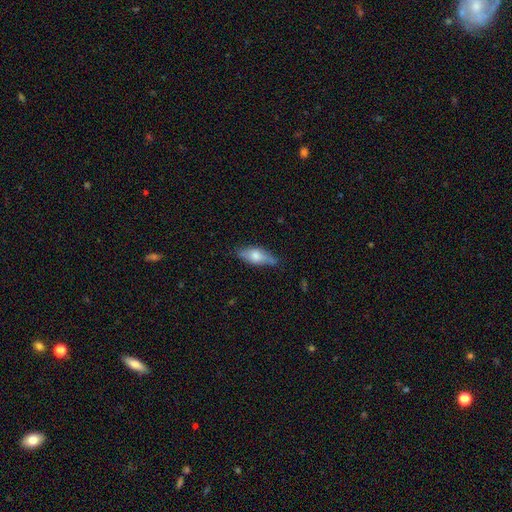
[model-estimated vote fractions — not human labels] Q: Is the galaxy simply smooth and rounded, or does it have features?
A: smooth — 61%.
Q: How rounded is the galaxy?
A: in between — 72%.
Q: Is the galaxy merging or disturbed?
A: none — 72%.